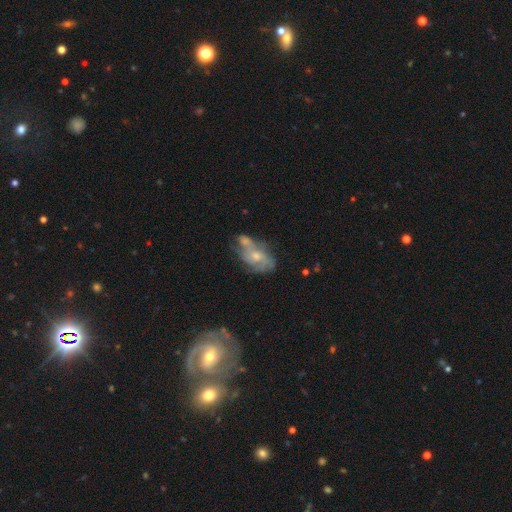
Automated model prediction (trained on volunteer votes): A featured or disk galaxy (60%) with no bar (77%), spiral arms (54%) and a moderate central bulge (57%). Merging: merger (35%).